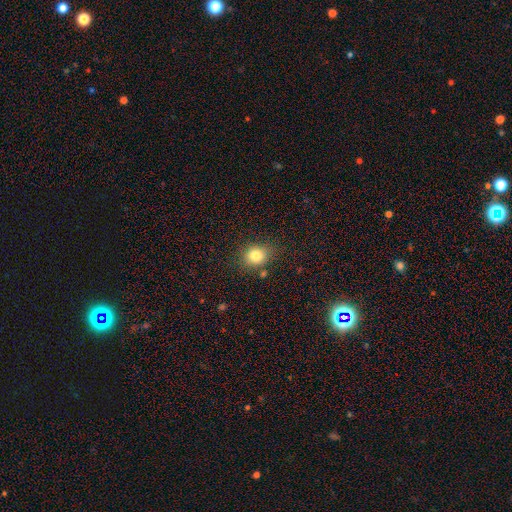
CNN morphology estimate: type=smooth (81%); roundness=round (70%); merging=none (78%).